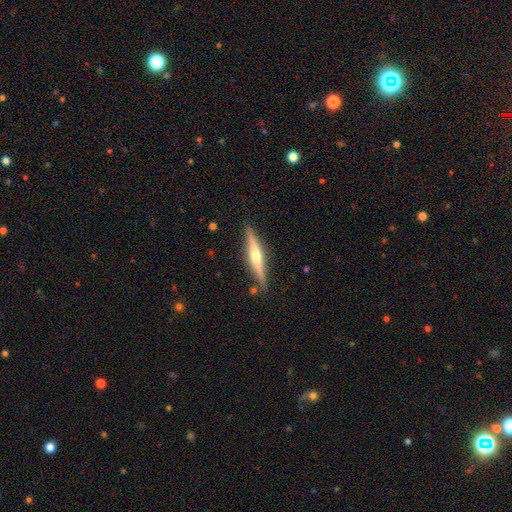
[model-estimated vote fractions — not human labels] Q: Smooth or featured?
A: featured or disk (70%); runner-up: smooth (25%)
Q: Edge-on disk?
A: yes (97%); runner-up: no (3%)
Q: Edge-on bulge?
A: rounded (91%); runner-up: none (5%)
Q: Merging?
A: none (87%); runner-up: minor disturbance (9%)